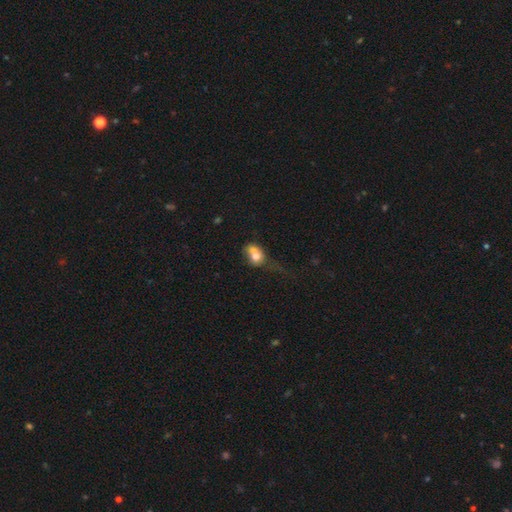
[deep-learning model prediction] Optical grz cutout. It shows a smooth galaxy with no disk features (69%) that is in between round and cigar-shaped (56%). Merging: merger (36%).